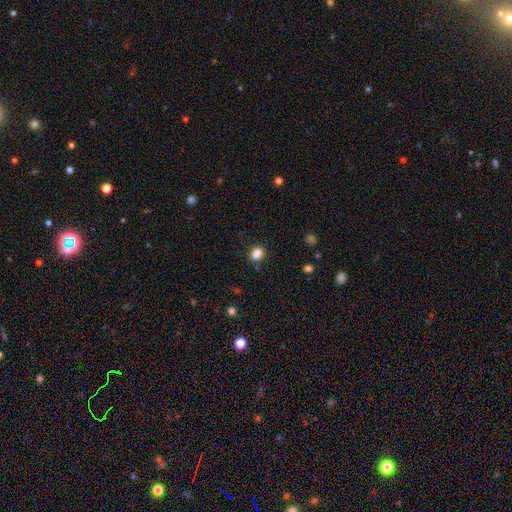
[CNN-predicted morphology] The model was most divided on "how rounded": in between: 52%, round: 47%, cigar-shaped: 1%. More confident: smooth or featured — smooth (79%); merging — none (60%).